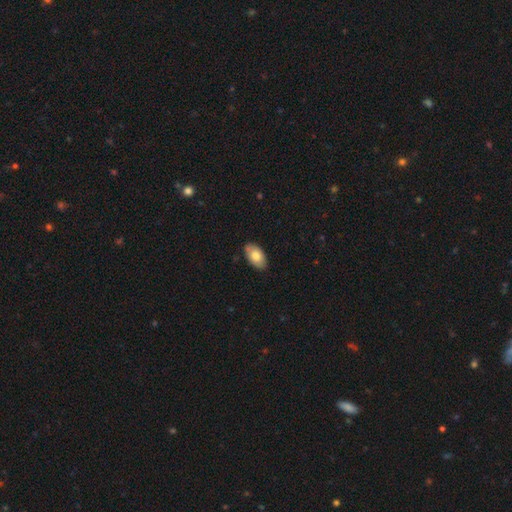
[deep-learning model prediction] A smooth galaxy with no disk features (79%) that is in between round and cigar-shaped (94%). Merging: none (83%).